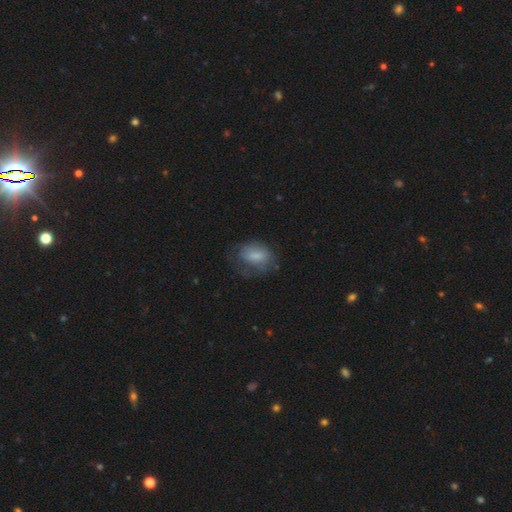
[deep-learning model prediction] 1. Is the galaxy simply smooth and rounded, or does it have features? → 71% smooth, 21% featured or disk, 8% star or artifact.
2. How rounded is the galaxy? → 80% in between, 17% round, 3% cigar-shaped.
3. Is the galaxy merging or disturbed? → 52% none, 28% minor disturbance, 18% major disturbance, 2% merger.